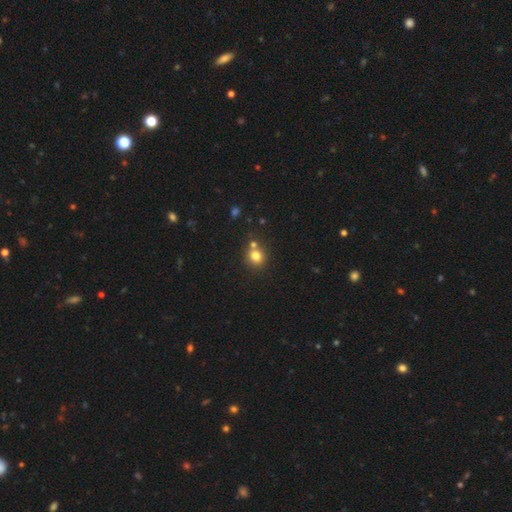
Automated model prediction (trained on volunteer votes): A smooth galaxy with no disk features (79%) that is round (82%).

Vote fractions:
- Smooth or featured? smooth: 79% / star or artifact: 13% / featured or disk: 8%
- How rounded? round: 82% / in between: 17% / cigar-shaped: 1%
- Merging? none: 62% / merger: 26% / minor disturbance: 9% / major disturbance: 3%